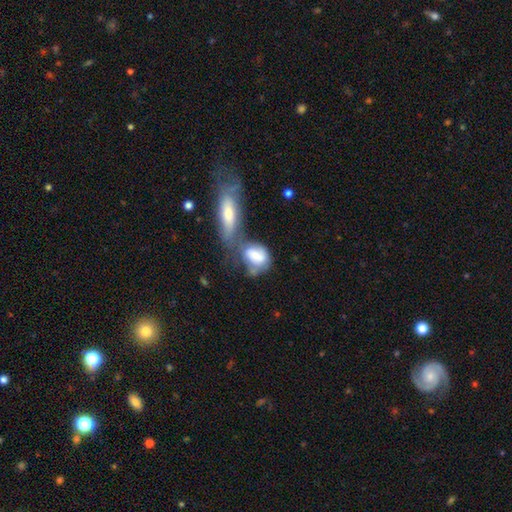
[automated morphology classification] Smooth or featured?
  - smooth: 68% *
  - featured or disk: 25%
  - star or artifact: 7%
How rounded?
  - in between: 72% *
  - round: 23%
  - cigar-shaped: 5%
Merging?
  - merger: 54% *
  - none: 21%
  - minor disturbance: 14%
  - major disturbance: 12%